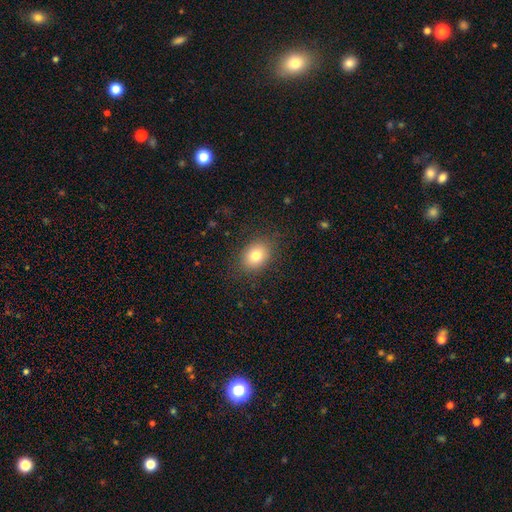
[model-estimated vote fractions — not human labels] smooth-or-featured: smooth: 79% | featured or disk: 10% | star or artifact: 10%
  how-rounded: in between: 67% | round: 32% | cigar-shaped: 1%
  merging: none: 85% | minor disturbance: 10% | major disturbance: 4% | merger: 1%